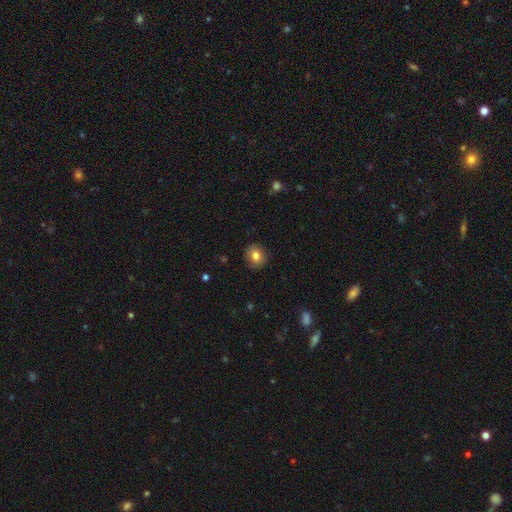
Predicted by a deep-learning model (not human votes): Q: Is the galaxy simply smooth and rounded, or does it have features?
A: smooth — 80%.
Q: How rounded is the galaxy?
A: round — 83%.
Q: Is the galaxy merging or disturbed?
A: none — 87%.